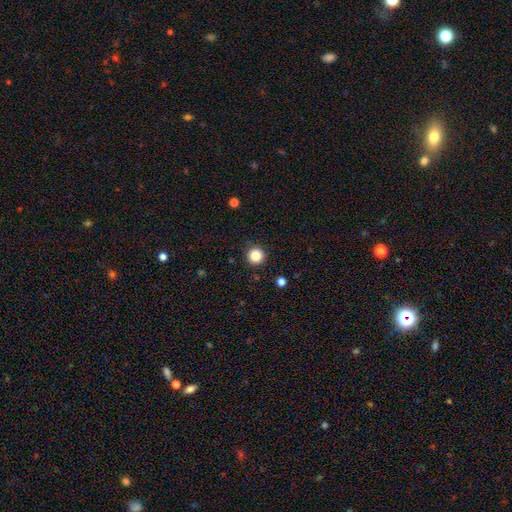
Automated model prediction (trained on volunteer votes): Smooth or featured: smooth — 85% (star or artifact — 11%)
How rounded: round — 96% (in between — 3%)
Merging: none — 91% (minor disturbance — 6%)